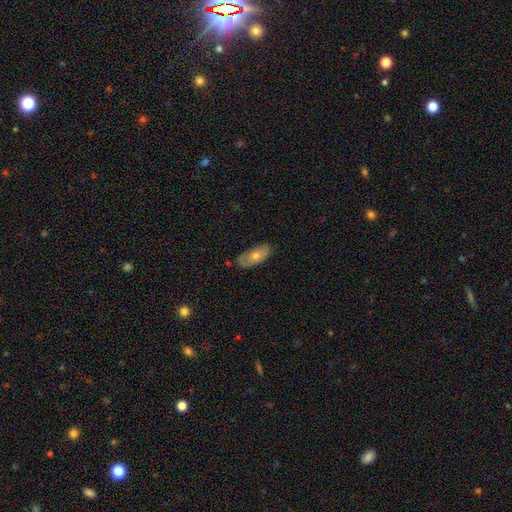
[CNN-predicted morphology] This is possibly a smooth galaxy (50%). Merging: likely none (75%).